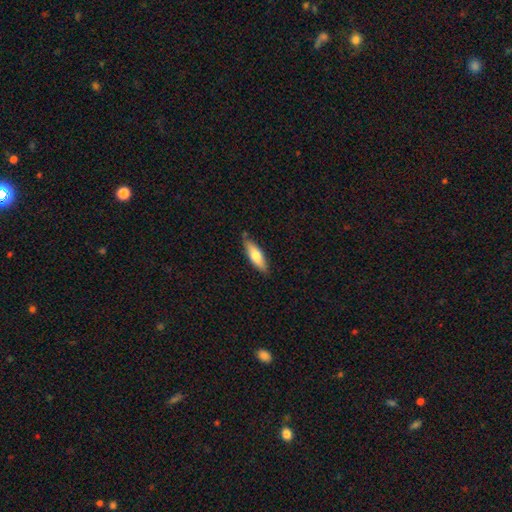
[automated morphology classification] type=smooth (68%); roundness=cigar-shaped (50%); merging=none (78%).